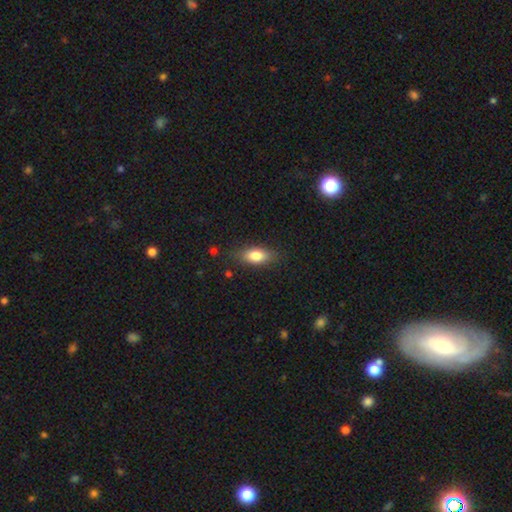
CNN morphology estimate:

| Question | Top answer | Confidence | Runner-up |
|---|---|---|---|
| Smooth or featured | smooth | 79% | featured or disk (13%) |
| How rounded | in between | 83% | cigar-shaped (12%) |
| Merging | none | 80% | minor disturbance (15%) |